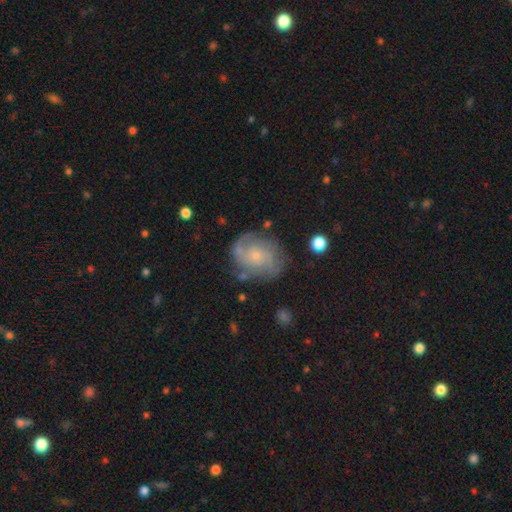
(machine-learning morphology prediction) This is likely a featured or disk galaxy (75%). It is clearly not viewed edge-on (98%). Bar: likely no (74%). Spiral arm pattern: clearly yes (91%). Spiral arm count: marginally 2 (44%). Spiral winding: marginally medium (44%). Central bulge: likely small (71%). Merging: likely none (70%).